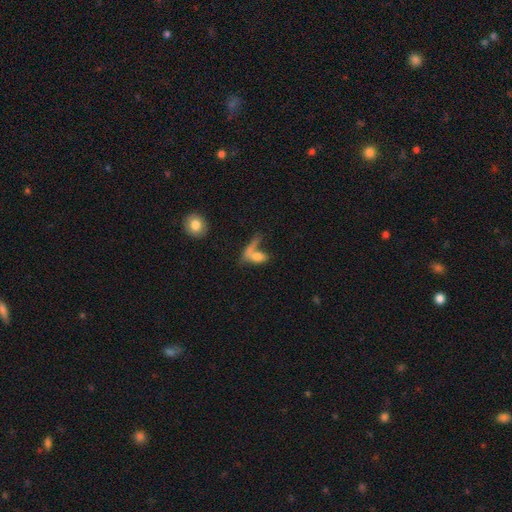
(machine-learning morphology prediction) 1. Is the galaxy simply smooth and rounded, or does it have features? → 69% smooth, 21% featured or disk, 10% star or artifact.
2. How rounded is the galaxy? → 65% in between, 23% cigar-shaped, 12% round.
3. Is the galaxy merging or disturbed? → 44% merger, 32% none, 14% major disturbance, 10% minor disturbance.